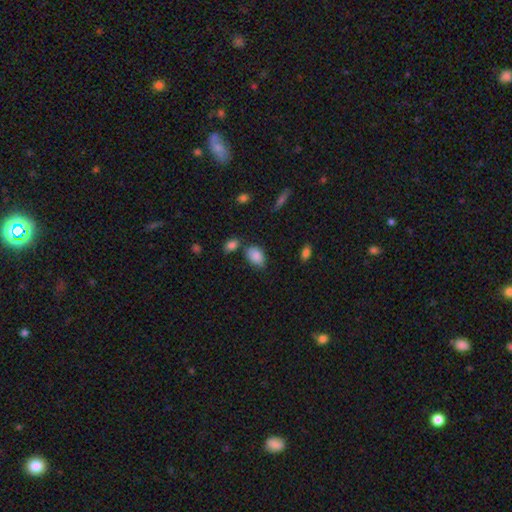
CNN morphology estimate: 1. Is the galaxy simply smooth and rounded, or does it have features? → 87% smooth, 8% star or artifact, 5% featured or disk.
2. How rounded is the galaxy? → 90% in between, 8% round, 1% cigar-shaped.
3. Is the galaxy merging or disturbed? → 64% none, 22% minor disturbance, 9% merger, 5% major disturbance.